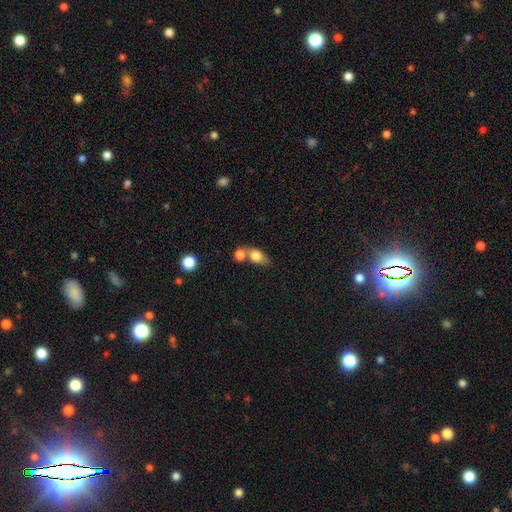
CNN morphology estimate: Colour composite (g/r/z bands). It shows a smooth galaxy with no disk features (77%) that is in between round and cigar-shaped (66%). Merging: merger (43%).